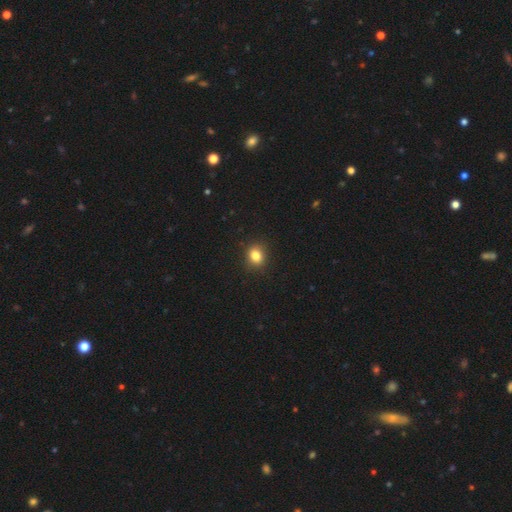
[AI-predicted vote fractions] Smooth or featured? Predicted: smooth (p=0.83). How rounded? Predicted: round (p=0.64). Merging? Predicted: none (p=0.89).